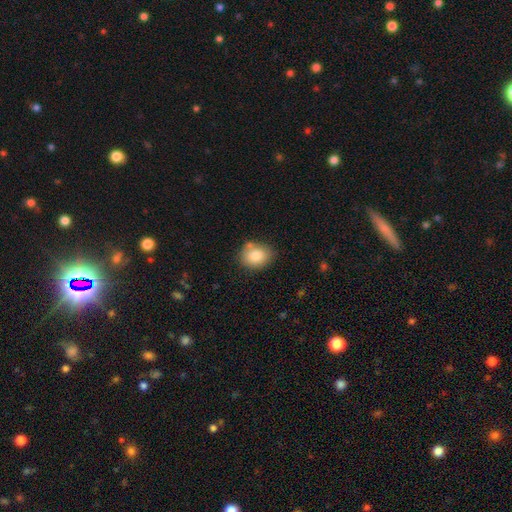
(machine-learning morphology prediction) smooth-or-featured: smooth: 82% | featured or disk: 9% | star or artifact: 8%
  how-rounded: in between: 52% | round: 47% | cigar-shaped: 1%
  merging: none: 72% | minor disturbance: 17% | merger: 7% | major disturbance: 4%